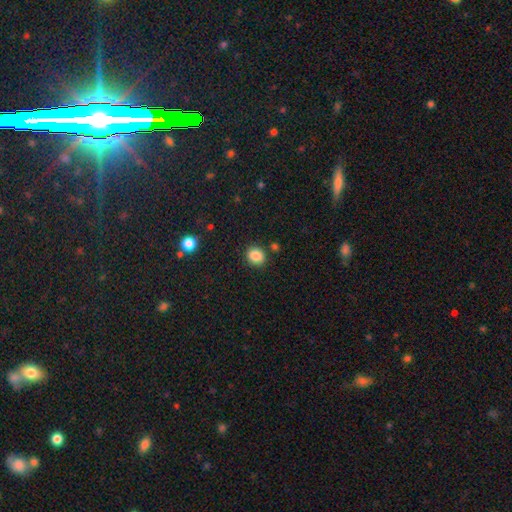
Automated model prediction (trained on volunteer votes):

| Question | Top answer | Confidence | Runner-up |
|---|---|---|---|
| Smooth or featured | smooth | 87% | star or artifact (10%) |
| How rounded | round | 68% | in between (31%) |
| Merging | none | 85% | minor disturbance (9%) |